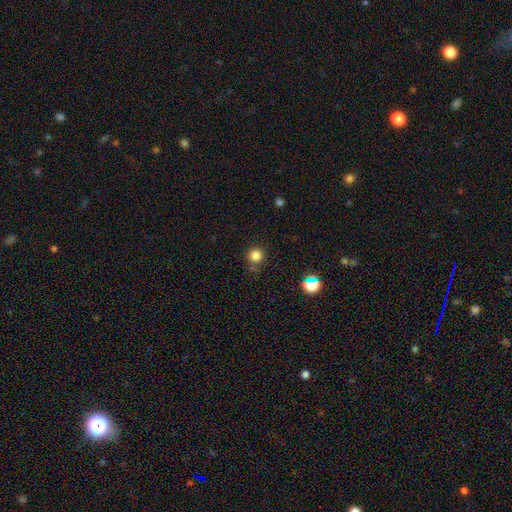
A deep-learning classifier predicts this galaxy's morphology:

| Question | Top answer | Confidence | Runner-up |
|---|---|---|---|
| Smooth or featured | smooth | 82% | star or artifact (14%) |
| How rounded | round | 93% | in between (6%) |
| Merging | none | 77% | minor disturbance (13%) |